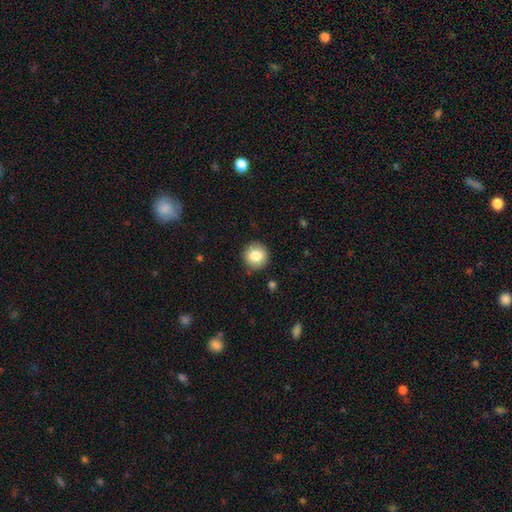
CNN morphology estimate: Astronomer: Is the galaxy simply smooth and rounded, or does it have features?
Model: smooth — 82%.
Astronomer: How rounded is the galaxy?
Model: round — 94%.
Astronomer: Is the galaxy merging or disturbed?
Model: none — 91%.